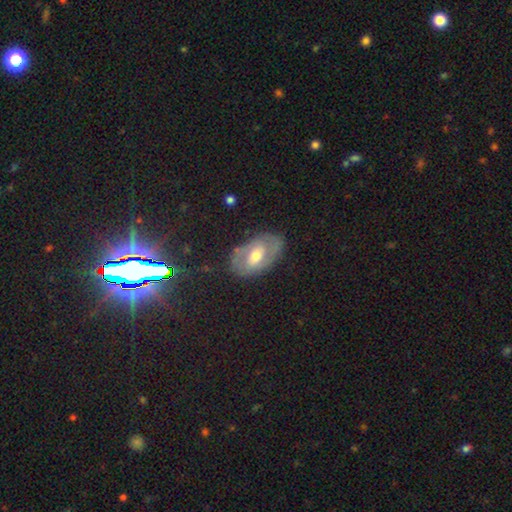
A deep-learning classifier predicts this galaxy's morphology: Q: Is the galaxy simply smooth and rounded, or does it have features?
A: featured or disk — 60%.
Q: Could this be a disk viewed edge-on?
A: no — 93%.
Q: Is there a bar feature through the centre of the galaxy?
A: weak — 47%.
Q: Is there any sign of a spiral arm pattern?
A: yes — 65%.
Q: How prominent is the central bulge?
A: moderate — 69%.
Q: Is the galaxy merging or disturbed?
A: none — 77%.